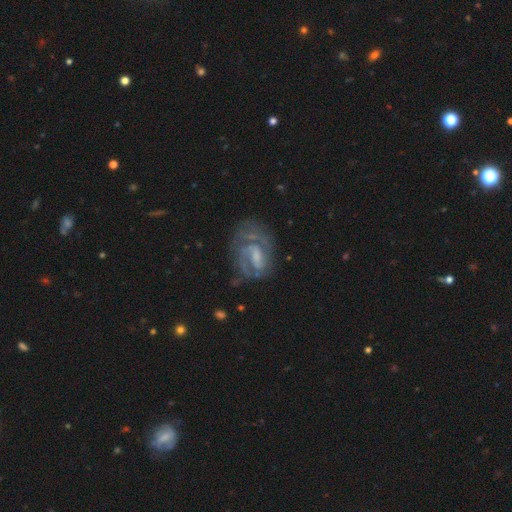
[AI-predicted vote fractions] Smooth or featured? Predicted: featured or disk (p=0.83). Edge-on disk? Predicted: no (p=0.97). Bar? Predicted: weak (p=0.52). Spiral arms? Predicted: yes (p=0.91). Spiral winding? Predicted: medium (p=0.45). Spiral arm count? Predicted: 2 (p=0.54). Bulge size? Predicted: small (p=0.41). Merging? Predicted: none (p=0.56).